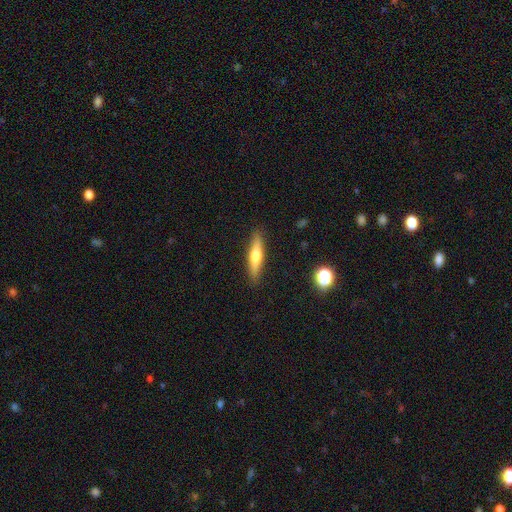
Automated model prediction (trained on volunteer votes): Q: Smooth or featured?
A: smooth (52%); runner-up: featured or disk (42%)
Q: How rounded?
A: cigar-shaped (80%); runner-up: in between (18%)
Q: Merging?
A: none (89%); runner-up: minor disturbance (8%)